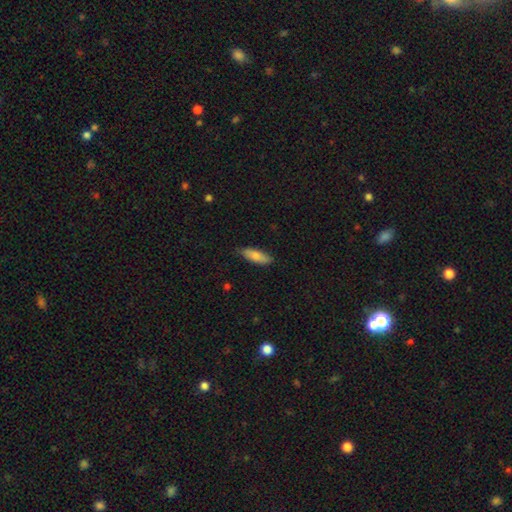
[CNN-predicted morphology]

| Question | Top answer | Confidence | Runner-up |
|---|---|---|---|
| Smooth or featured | smooth | 79% | featured or disk (15%) |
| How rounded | in between | 61% | cigar-shaped (37%) |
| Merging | none | 80% | minor disturbance (16%) |